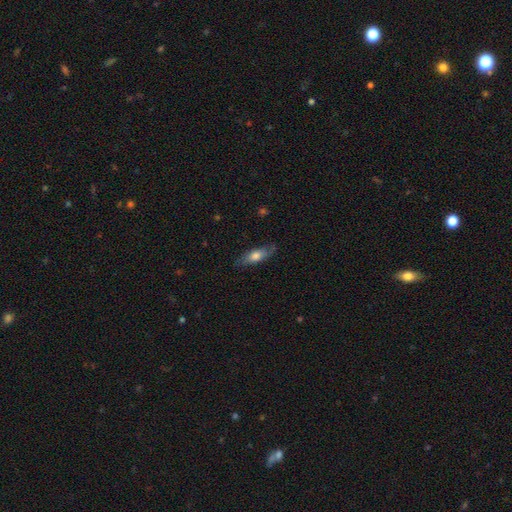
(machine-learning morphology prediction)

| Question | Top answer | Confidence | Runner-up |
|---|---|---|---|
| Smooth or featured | smooth | 62% | featured or disk (32%) |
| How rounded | cigar-shaped | 49% | in between (48%) |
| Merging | none | 79% | minor disturbance (17%) |